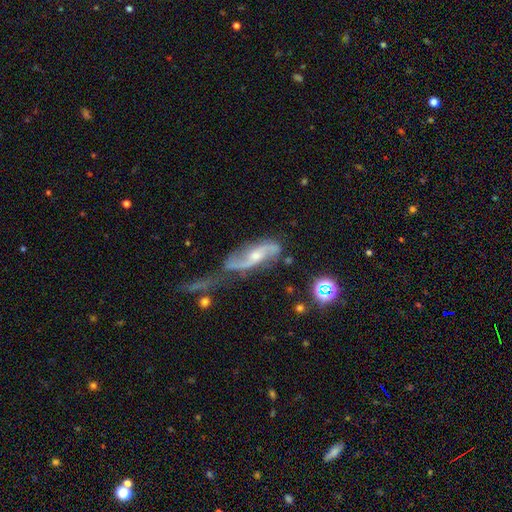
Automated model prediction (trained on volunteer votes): Smooth or featured? Predicted: featured or disk (p=0.83). Edge-on disk? Predicted: no (p=0.89). Bar? Predicted: no (p=0.48). Spiral arms? Predicted: yes (p=0.93). Spiral winding? Predicted: loose (p=0.66). Spiral arm count? Predicted: 2 (p=0.89). Bulge size? Predicted: moderate (p=0.48). Merging? Predicted: none (p=0.38).